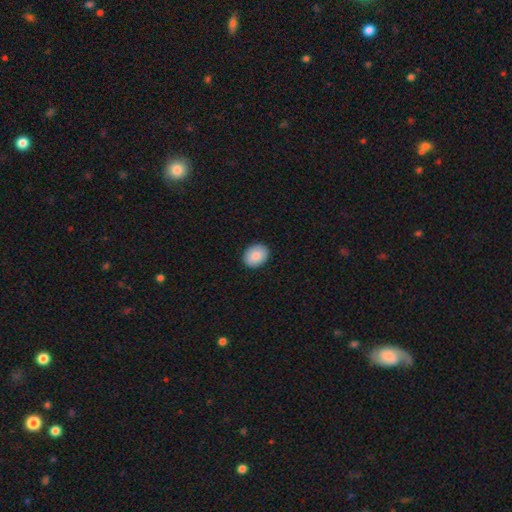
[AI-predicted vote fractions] A smooth galaxy with no disk features (87%) that is in between round and cigar-shaped (58%). Merging: none (91%).